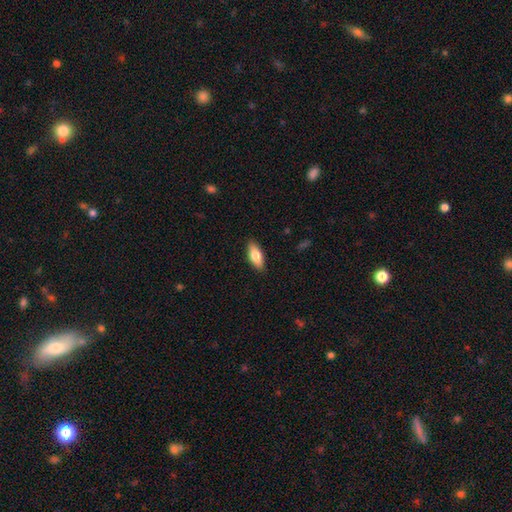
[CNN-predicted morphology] Smooth or featured? Predicted: smooth (p=0.76). How rounded? Predicted: in between (p=0.79). Merging? Predicted: none (p=0.89).